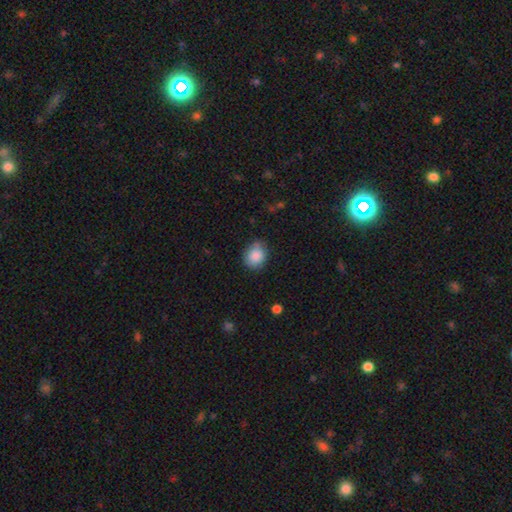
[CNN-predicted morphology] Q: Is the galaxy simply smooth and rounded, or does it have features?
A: smooth — 86%.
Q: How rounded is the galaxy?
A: round — 63%.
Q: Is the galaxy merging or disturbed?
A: none — 75%.